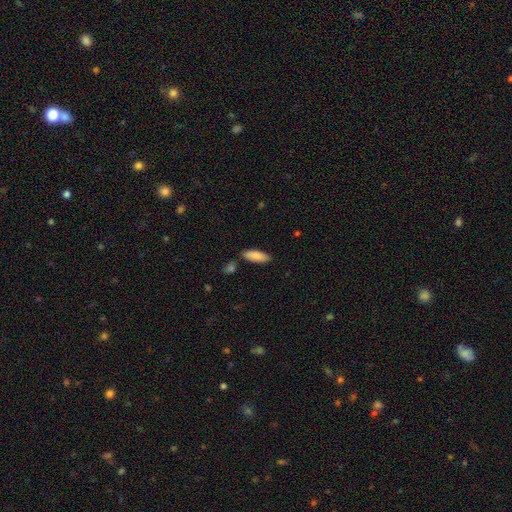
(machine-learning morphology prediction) smooth 87%, featured or disk 7%, star or artifact 6%. Down the decision tree: how rounded — in between (66%); merging — none (82%).